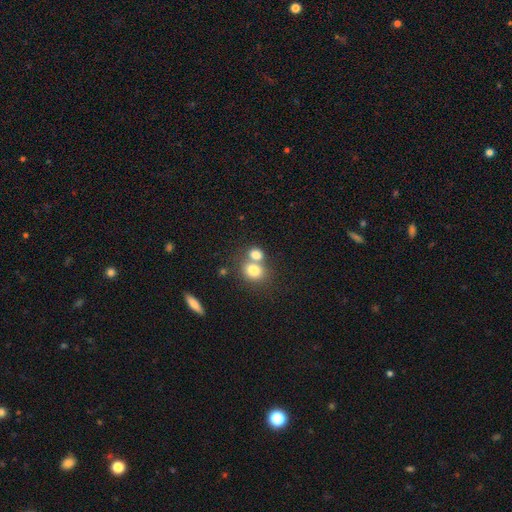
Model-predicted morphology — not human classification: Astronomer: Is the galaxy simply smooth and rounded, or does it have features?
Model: smooth — 78%.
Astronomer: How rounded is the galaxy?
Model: round — 58% (runner-up: in between, 41%).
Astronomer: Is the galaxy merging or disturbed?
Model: merger — 53% (runner-up: none, 36%).